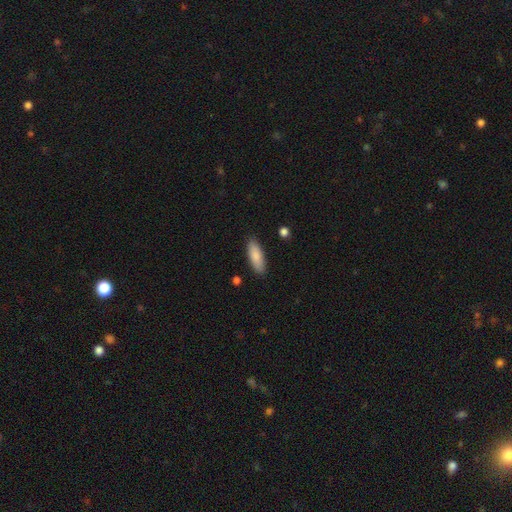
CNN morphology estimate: Q: Smooth or featured?
A: smooth (86%); runner-up: featured or disk (8%)
Q: How rounded?
A: in between (63%); runner-up: cigar-shaped (36%)
Q: Merging?
A: none (87%); runner-up: minor disturbance (9%)